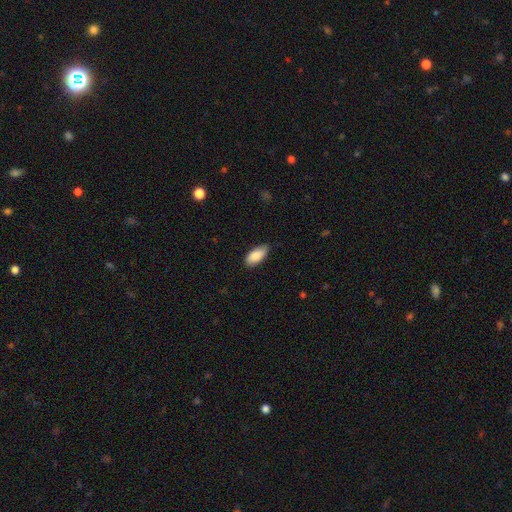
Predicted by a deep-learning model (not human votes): Morphology: type=smooth (87%); roundness=in between (92%); merging=none (79%).